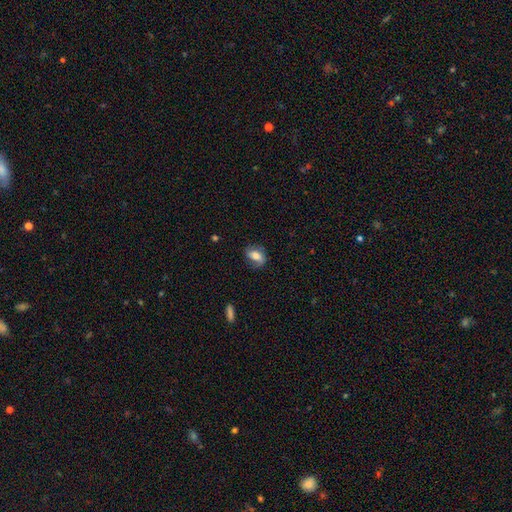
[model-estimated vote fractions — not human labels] The model was most divided on "smooth or featured": smooth: 58%, featured or disk: 33%, star or artifact: 8%. More confident: how rounded — in between (81%); merging — none (67%).